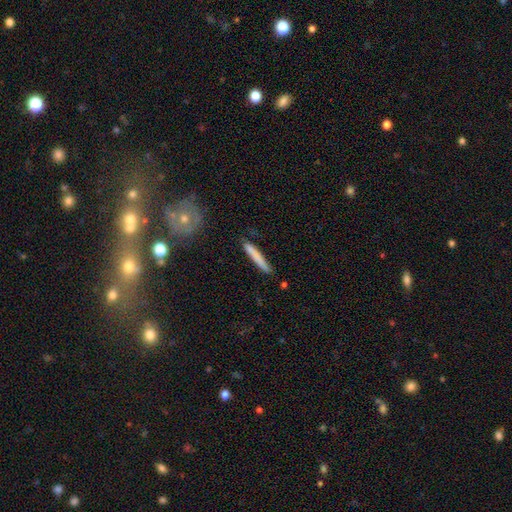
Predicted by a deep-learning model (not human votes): Smooth or featured: smooth — 75% (featured or disk — 19%)
How rounded: cigar-shaped — 95% (in between — 4%)
Merging: none — 85% (minor disturbance — 11%)